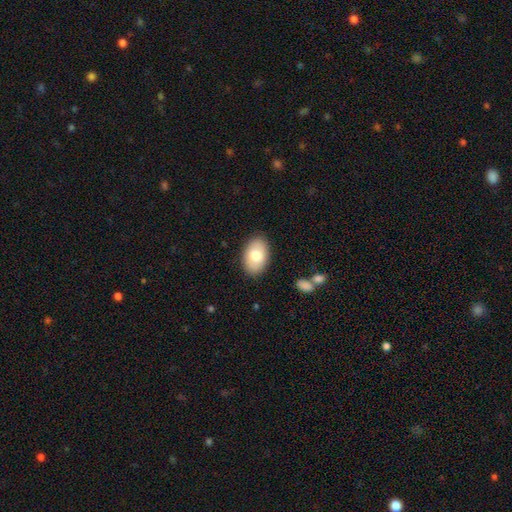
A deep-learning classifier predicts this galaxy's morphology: smooth 74%, featured or disk 19%, star or artifact 6%. Down the decision tree: how rounded — in between (90%); merging — none (87%).